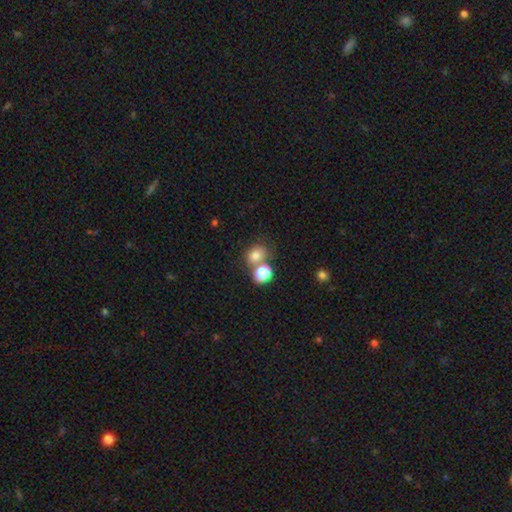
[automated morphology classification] Smooth or featured? Predicted: smooth (p=0.79). How rounded? Predicted: round (p=0.56). Merging? Predicted: merger (p=0.45).